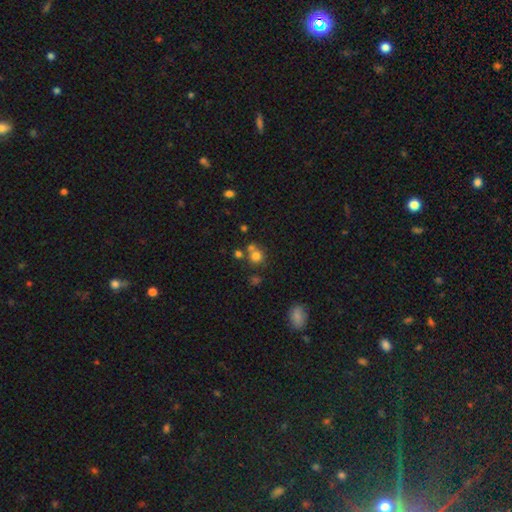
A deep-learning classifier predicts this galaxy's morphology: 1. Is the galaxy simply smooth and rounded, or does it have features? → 74% smooth, 16% star or artifact, 11% featured or disk.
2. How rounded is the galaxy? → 86% round, 13% in between, 1% cigar-shaped.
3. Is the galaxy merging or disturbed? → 57% none, 30% merger, 9% minor disturbance, 4% major disturbance.